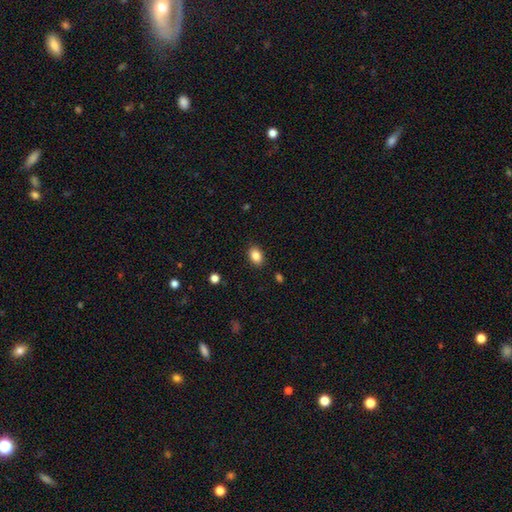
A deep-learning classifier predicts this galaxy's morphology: A smooth galaxy with no disk features (85%) that is in between round and cigar-shaped (78%).

Vote fractions:
- Smooth or featured? smooth: 85% / star or artifact: 9% / featured or disk: 5%
- How rounded? in between: 78% / round: 21% / cigar-shaped: 1%
- Merging? none: 88% / minor disturbance: 8% / major disturbance: 2% / merger: 1%